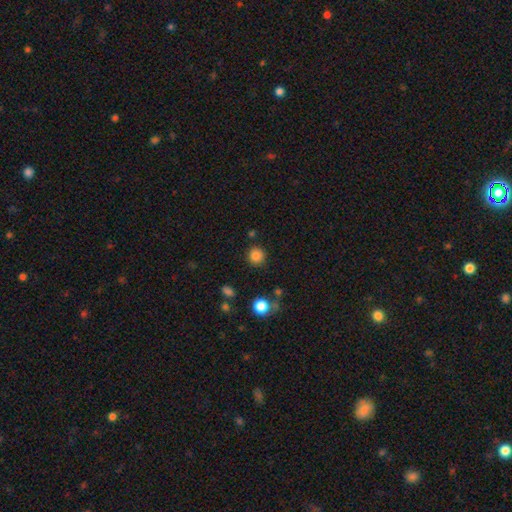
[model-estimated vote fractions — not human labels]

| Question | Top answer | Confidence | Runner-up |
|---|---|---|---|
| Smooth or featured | smooth | 84% | star or artifact (12%) |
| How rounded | round | 93% | in between (6%) |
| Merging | none | 87% | minor disturbance (8%) |